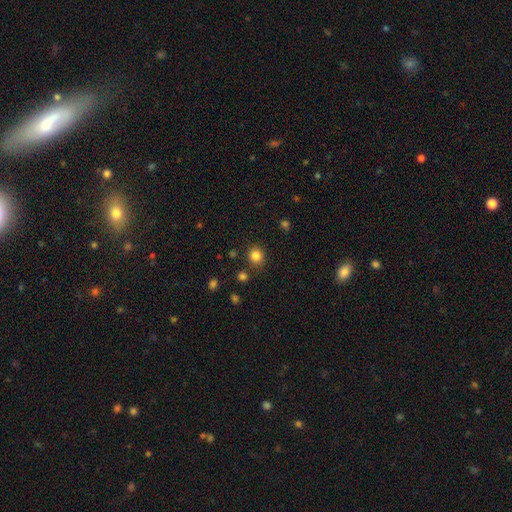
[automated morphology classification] Smooth or featured: smooth — 83% (star or artifact — 13%)
How rounded: round — 88% (in between — 11%)
Merging: none — 85% (minor disturbance — 8%)